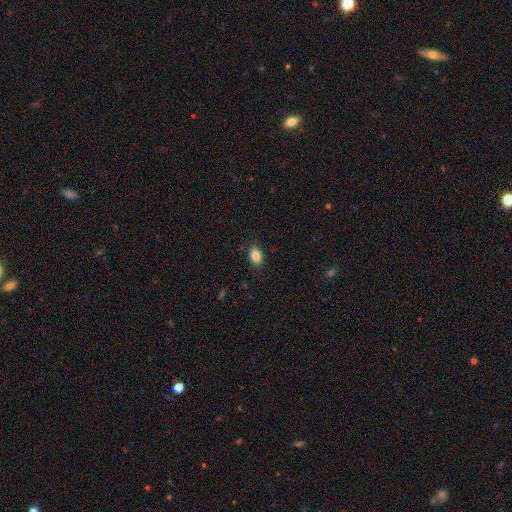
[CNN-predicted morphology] Smooth or featured? smooth (85%)
How rounded? in between (88%)
Merging? none (85%)